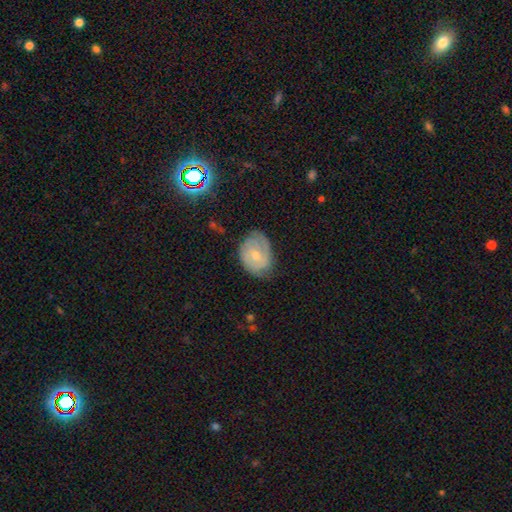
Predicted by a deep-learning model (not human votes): Smooth or featured? featured or disk (58%)
Edge-on disk? no (96%)
Bar? no (66%)
Spiral arms? yes (80%)
Bulge size? moderate (53%)
Merging? none (63%)